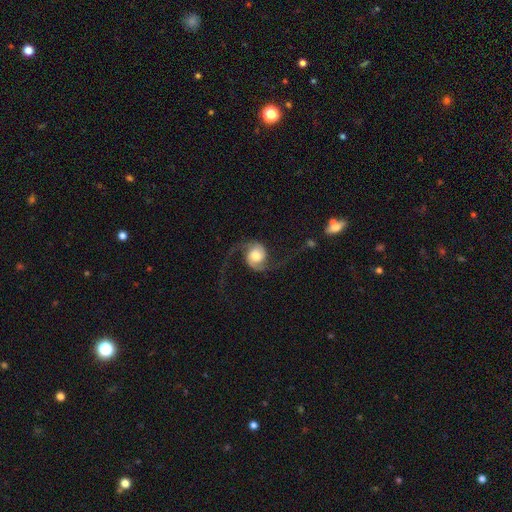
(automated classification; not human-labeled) smooth-or-featured: featured or disk: 86% | smooth: 8% | star or artifact: 5%
  disk-edge-on: no: 98% | yes: 2%
    bar: no: 66% | weak: 26% | strong: 8%
    has-spiral-arms: yes: 97% | no: 3%
      spiral-winding: loose: 72% | medium: 23% | tight: 5%
      spiral-arm-count: 2: 94% | 1: 2% | can't tell: 1% | 3: 1% | 4: 1% | more than 4: 1%
    bulge-size: moderate: 46% | large: 31% | small: 11% | dominant: 9% | none: 3%
  merging: none: 68% | major disturbance: 18% | minor disturbance: 12% | merger: 2%